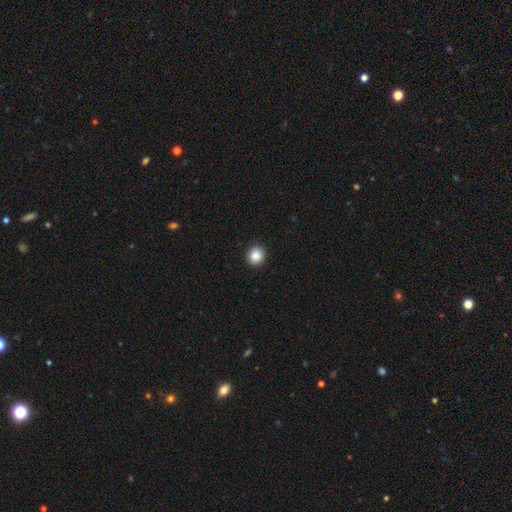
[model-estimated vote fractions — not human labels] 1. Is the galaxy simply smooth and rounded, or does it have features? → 87% smooth, 9% star or artifact, 3% featured or disk.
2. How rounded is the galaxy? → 85% round, 14% in between, 1% cigar-shaped.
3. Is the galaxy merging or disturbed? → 92% none, 6% minor disturbance, 2% major disturbance, 1% merger.